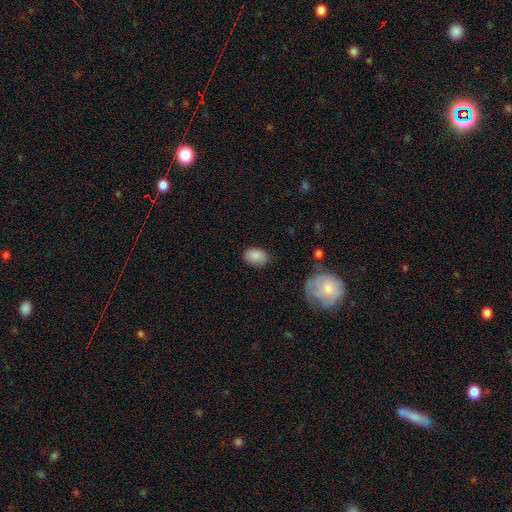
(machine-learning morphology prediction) This appears to be a smooth galaxy with no disk features (87%) that is in between round and cigar-shaped (84%). Merging: none (81%).